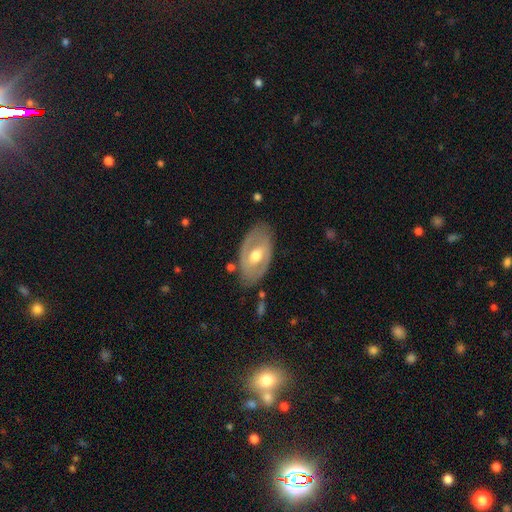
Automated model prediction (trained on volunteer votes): The model was most divided on "bar": no: 54%, weak: 33%, strong: 13%. More confident: edge-on disk — no (89%); merging — none (76%); bulge size — moderate (72%); smooth or featured — featured or disk (66%); spiral arms — no (62%).